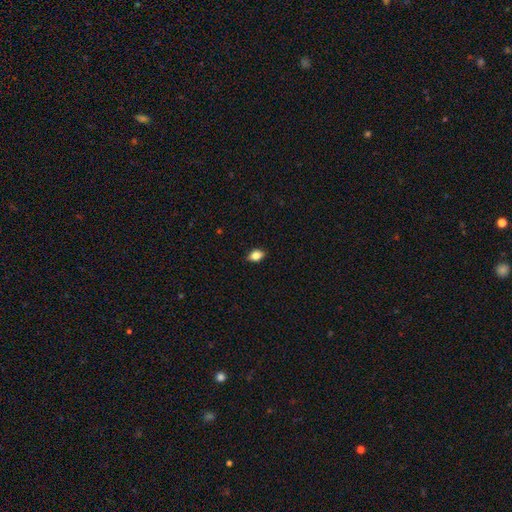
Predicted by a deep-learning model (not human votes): Morphology: type=smooth (85%); roundness=in between (80%); merging=none (86%).